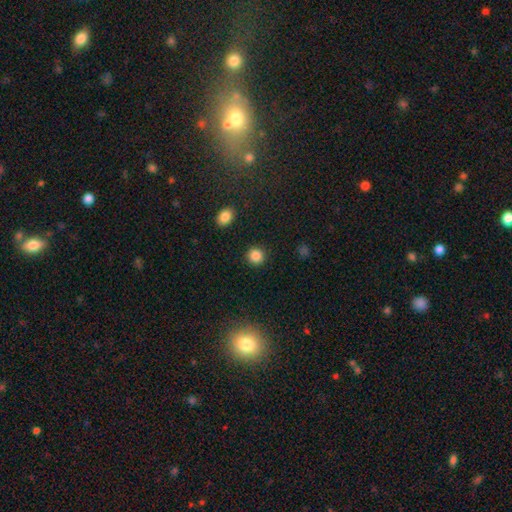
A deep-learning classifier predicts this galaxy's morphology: smooth_or_featured: smooth (p=0.85) [alt: star or artifact p=0.11]
how_rounded: round (p=0.92) [alt: in between p=0.07]
merging: none (p=0.91) [alt: minor disturbance p=0.05]